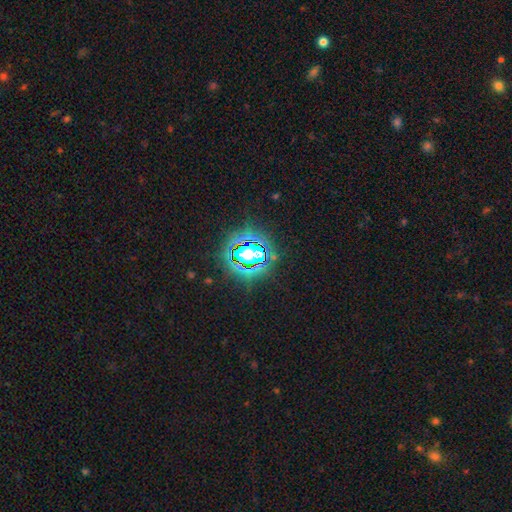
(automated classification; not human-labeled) A star or artifact, not a galaxy (80%).

Vote fractions:
- Smooth or featured? star or artifact: 80% / smooth: 13% / featured or disk: 7%